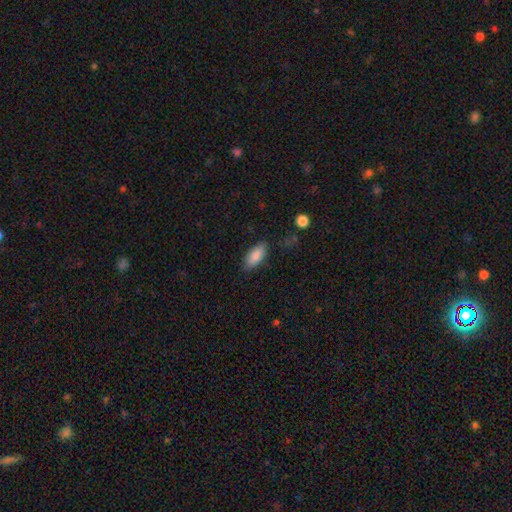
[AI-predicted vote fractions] Smooth or featured? smooth (87%)
How rounded? in between (85%)
Merging? none (83%)